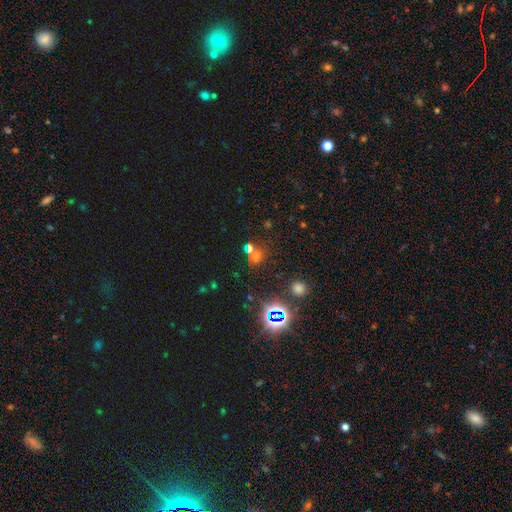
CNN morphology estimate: Overall: star or artifact (48%; smooth 43%).